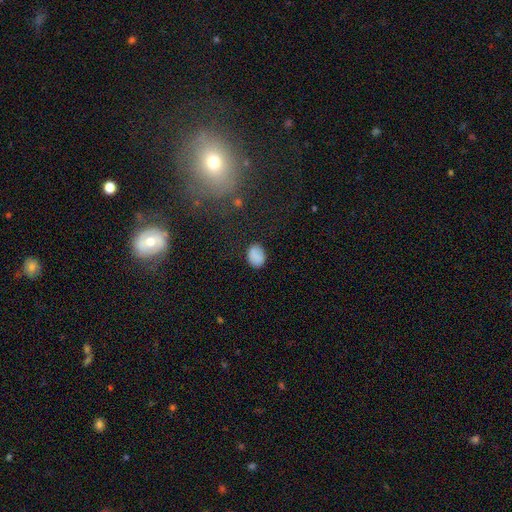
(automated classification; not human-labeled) Q: Smooth or featured?
A: smooth (86%); runner-up: star or artifact (9%)
Q: How rounded?
A: in between (74%); runner-up: round (25%)
Q: Merging?
A: none (83%); runner-up: minor disturbance (12%)